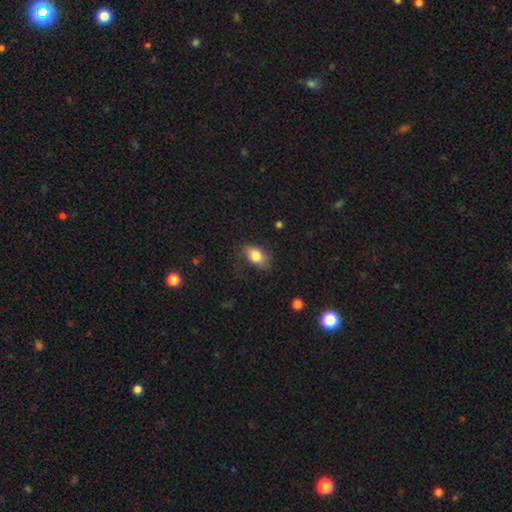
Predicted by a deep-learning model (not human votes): Smooth or featured? Predicted: smooth (p=0.82). How rounded? Predicted: in between (p=0.87). Merging? Predicted: none (p=0.68).